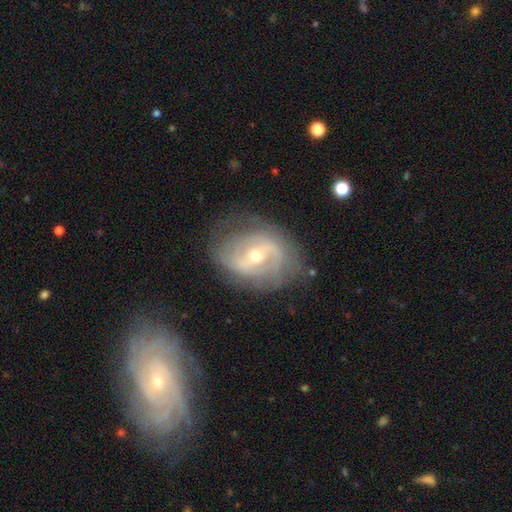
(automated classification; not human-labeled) Smooth or featured: featured or disk — 80% (smooth — 13%)
Edge-on disk: no — 96% (yes — 4%)
Bar: weak — 46% (strong — 32%)
Spiral arms: yes — 84% (no — 16%)
Spiral winding: medium — 39% (tied with tight — 39%)
Spiral arm count: 2 — 59% (can't tell — 26%)
Bulge size: moderate — 50% (small — 46%)
Merging: none — 69% (minor disturbance — 19%)